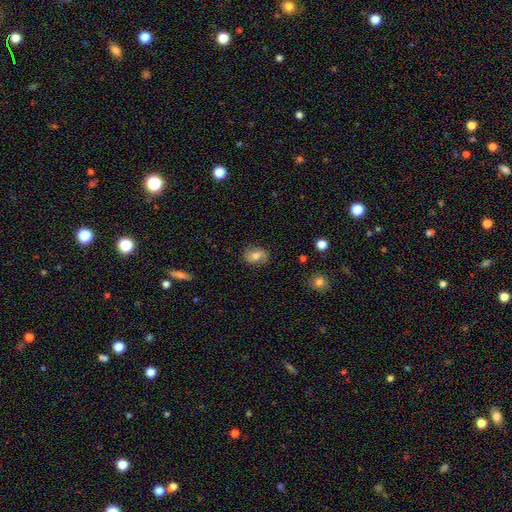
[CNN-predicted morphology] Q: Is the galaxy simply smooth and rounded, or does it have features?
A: smooth — 61%.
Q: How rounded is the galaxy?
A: in between — 67%.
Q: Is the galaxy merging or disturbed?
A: none — 80%.